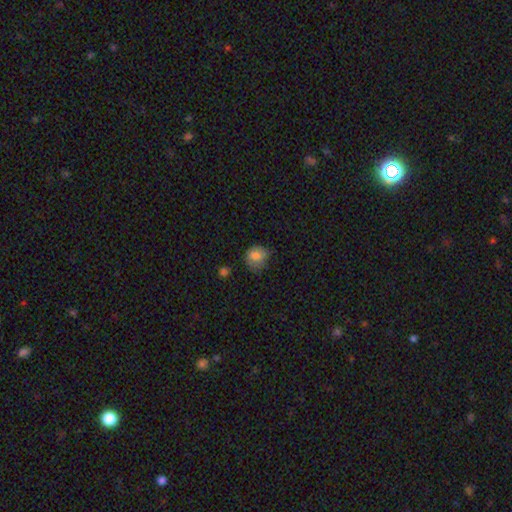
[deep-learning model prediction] This appears to be a smooth galaxy with no disk features (79%) that is round (70%). Merging: none (53%).